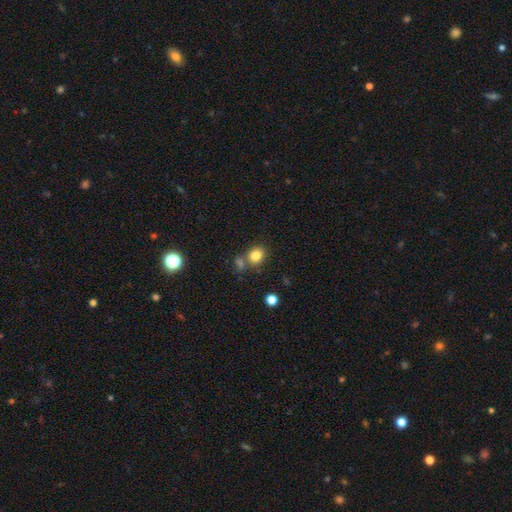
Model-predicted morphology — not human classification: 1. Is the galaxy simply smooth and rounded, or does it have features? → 82% smooth, 11% star or artifact, 6% featured or disk.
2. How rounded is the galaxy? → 64% round, 35% in between, 1% cigar-shaped.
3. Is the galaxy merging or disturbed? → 64% none, 20% merger, 12% minor disturbance, 4% major disturbance.